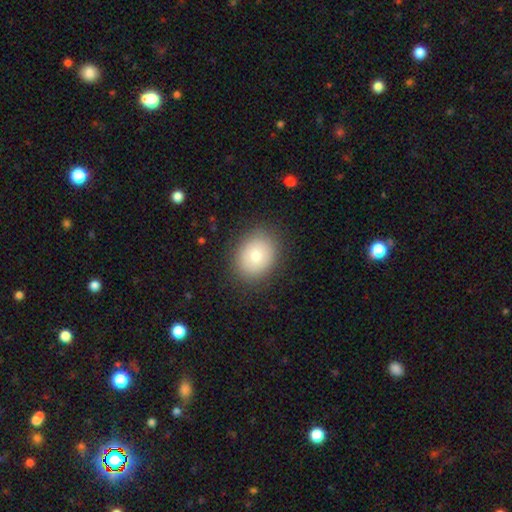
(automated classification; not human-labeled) A smooth galaxy with no disk features (79%) that is round (51%).

Vote fractions:
- Smooth or featured? smooth: 79% / featured or disk: 12% / star or artifact: 9%
- How rounded? round: 51% / in between: 49% / cigar-shaped: 1%
- Merging? none: 85% / minor disturbance: 10% / major disturbance: 3% / merger: 1%